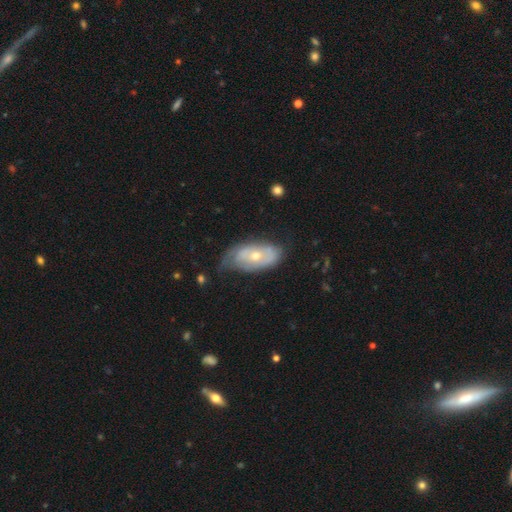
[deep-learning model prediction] Smooth or featured?
  - featured or disk: 59% *
  - smooth: 34%
  - star or artifact: 7%
Edge-on disk?
  - no: 90% *
  - yes: 10%
Bar?
  - no: 80% *
  - weak: 16%
  - strong: 5%
Spiral arms?
  - yes: 59% *
  - no: 41%
Bulge size?
  - moderate: 51% *
  - small: 46%
  - large: 2%
  - none: 1%
  - dominant: 1%
Merging?
  - none: 56% *
  - minor disturbance: 31%
  - major disturbance: 10%
  - merger: 2%